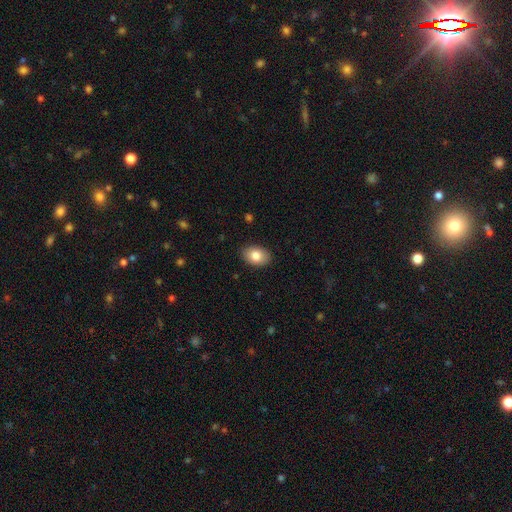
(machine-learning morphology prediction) Smooth or featured: smooth — 83% (featured or disk — 9%)
How rounded: in between — 82% (round — 17%)
Merging: none — 88% (minor disturbance — 9%)